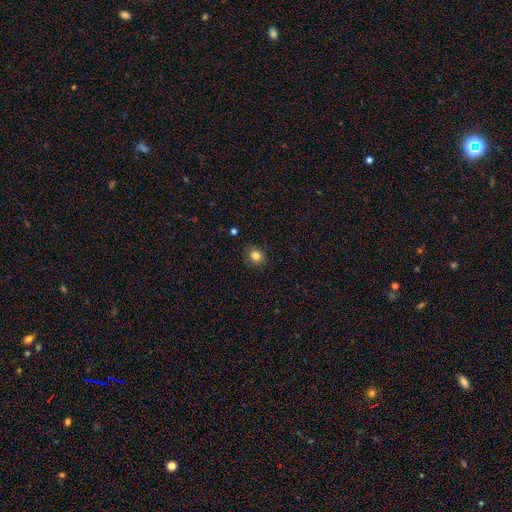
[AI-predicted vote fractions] smooth-or-featured: smooth: 82% | star or artifact: 11% | featured or disk: 7%
  how-rounded: round: 73% | in between: 26% | cigar-shaped: 1%
  merging: none: 85% | minor disturbance: 11% | major disturbance: 3% | merger: 1%